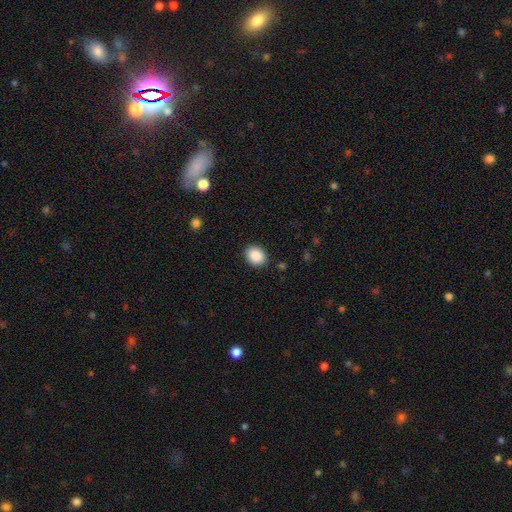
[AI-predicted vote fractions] Smooth or featured: smooth — 89% (star or artifact — 8%)
How rounded: in between — 55% (round — 44%)
Merging: none — 89% (minor disturbance — 8%)